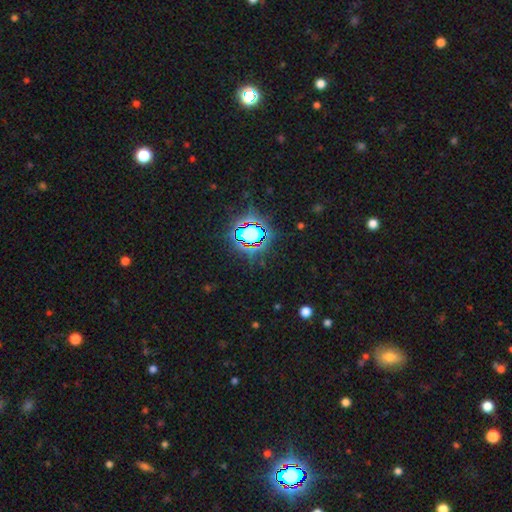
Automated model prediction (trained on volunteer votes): smooth_or_featured: star or artifact (p=0.82) [alt: smooth p=0.11]